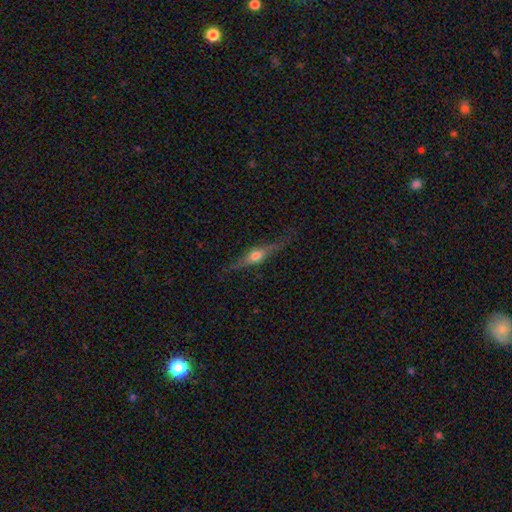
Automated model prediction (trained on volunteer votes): Smooth or featured? Predicted: featured or disk (p=0.63). Edge-on disk? Predicted: yes (p=0.93). Edge-on bulge? Predicted: rounded (p=0.92). Merging? Predicted: none (p=0.77).